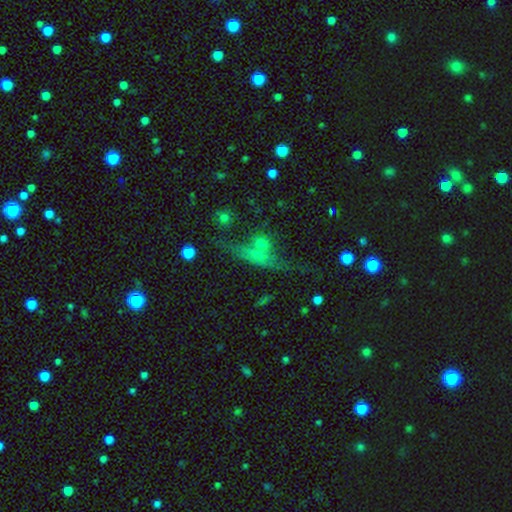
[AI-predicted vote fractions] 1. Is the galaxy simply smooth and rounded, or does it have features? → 50% smooth, 28% featured or disk, 22% star or artifact.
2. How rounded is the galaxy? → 37% cigar-shaped, 35% in between, 28% round.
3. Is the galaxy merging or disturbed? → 55% none, 18% minor disturbance, 16% merger, 12% major disturbance.